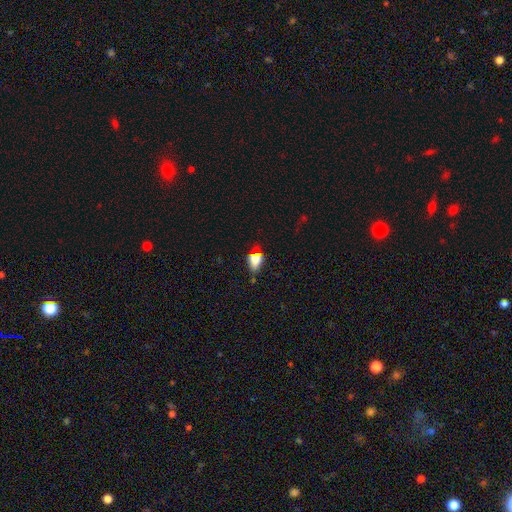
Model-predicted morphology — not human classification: This appears to be a smooth galaxy with no disk features (67%) that is in between round and cigar-shaped (75%). Merging: none (57%).